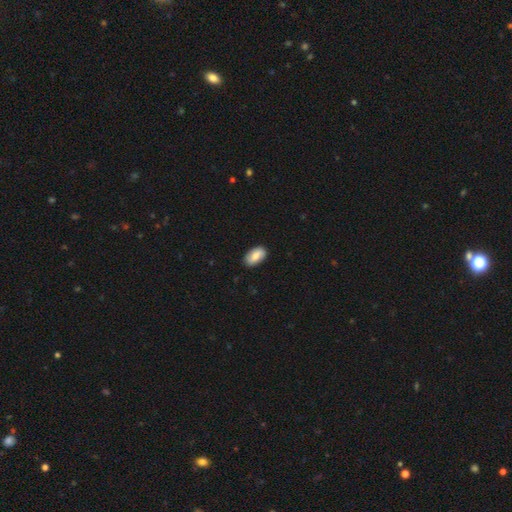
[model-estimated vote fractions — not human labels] This appears to be a smooth galaxy with no disk features (76%) that is in between round and cigar-shaped (93%). Merging: none (86%).